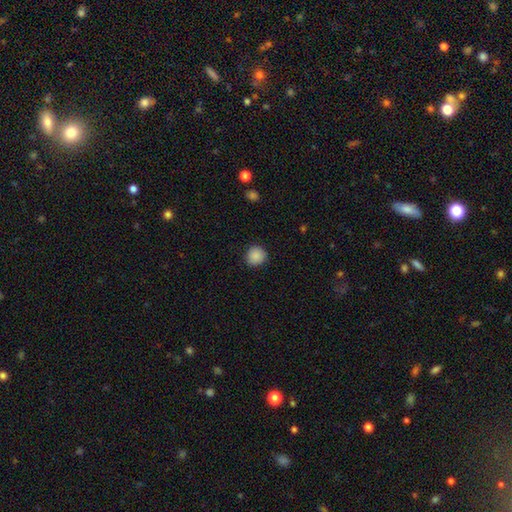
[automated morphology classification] Smooth or featured: smooth — 88% (star or artifact — 9%)
How rounded: round — 91% (in between — 8%)
Merging: none — 87% (minor disturbance — 10%)